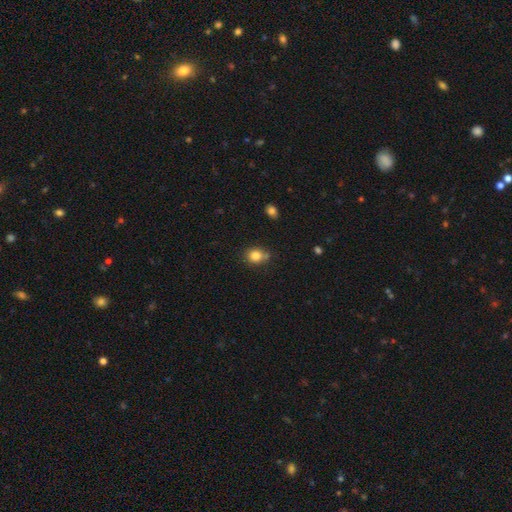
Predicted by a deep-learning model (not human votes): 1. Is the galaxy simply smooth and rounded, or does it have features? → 83% smooth, 11% star or artifact, 7% featured or disk.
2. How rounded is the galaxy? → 72% round, 27% in between, 1% cigar-shaped.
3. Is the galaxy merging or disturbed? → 68% none, 15% minor disturbance, 13% merger, 4% major disturbance.